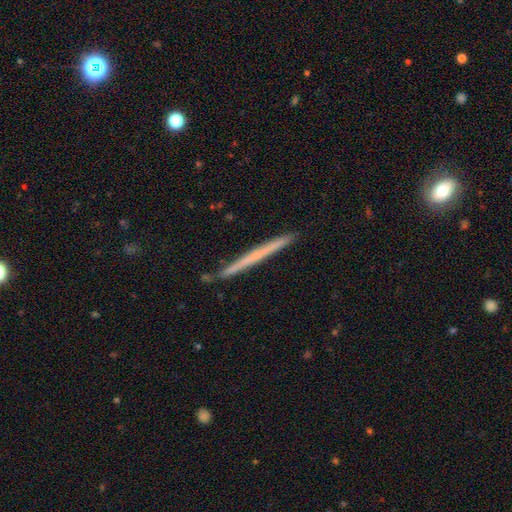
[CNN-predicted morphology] This appears to be a featured or disk galaxy (50%) viewed edge-on (98%). Merging: none (91%).